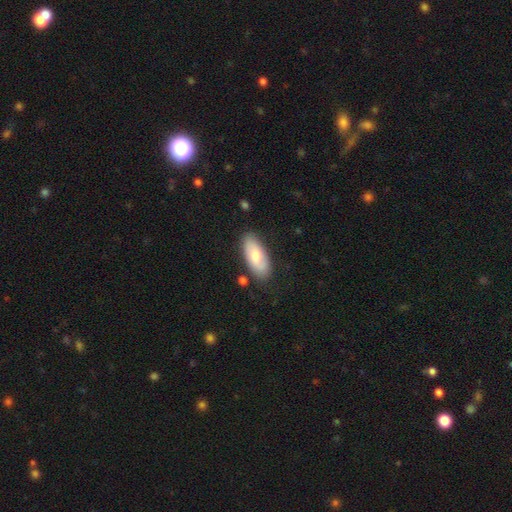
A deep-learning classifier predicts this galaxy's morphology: The model was most divided on "smooth or featured": smooth: 66%, featured or disk: 29%, star or artifact: 6%. More confident: how rounded — in between (87%); merging — none (80%).